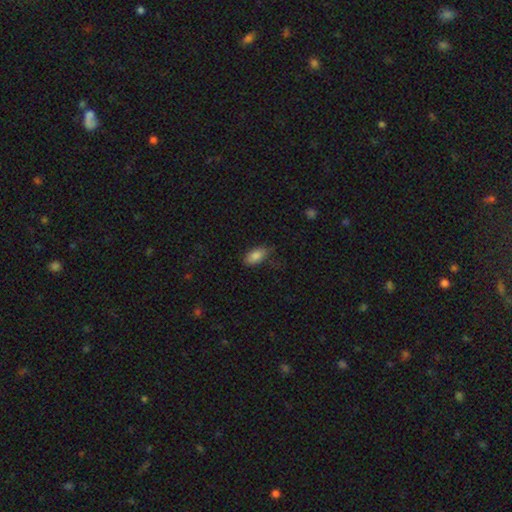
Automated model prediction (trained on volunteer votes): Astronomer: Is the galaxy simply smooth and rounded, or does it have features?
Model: smooth — 84%.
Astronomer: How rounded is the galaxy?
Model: in between — 91%.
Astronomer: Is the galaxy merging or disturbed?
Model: none — 76%.